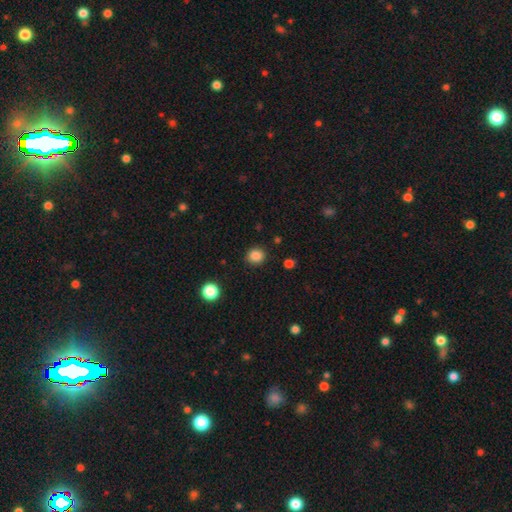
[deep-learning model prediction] Q: Smooth or featured?
A: smooth (85%); runner-up: star or artifact (11%)
Q: How rounded?
A: round (84%); runner-up: in between (15%)
Q: Merging?
A: none (89%); runner-up: minor disturbance (7%)